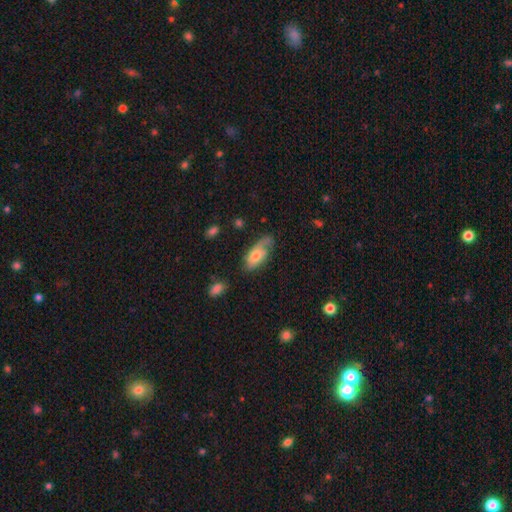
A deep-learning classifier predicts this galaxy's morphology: The model was most divided on "smooth or featured": smooth: 51%, featured or disk: 42%, star or artifact: 7%. More confident: how rounded — in between (87%); merging — none (50%).